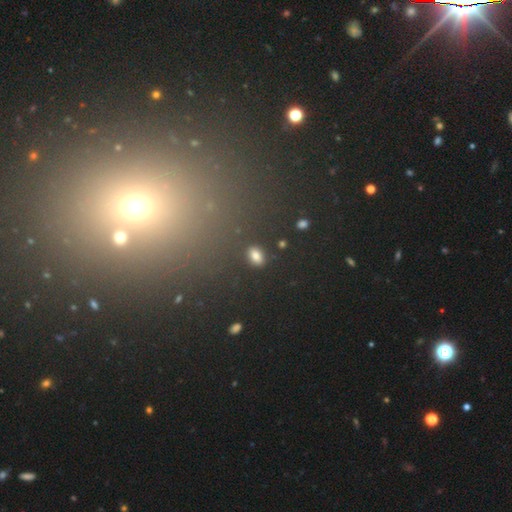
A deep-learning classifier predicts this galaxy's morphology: This is clearly a smooth galaxy (81%). How rounded: clearly in between (86%). Merging: clearly none (86%).